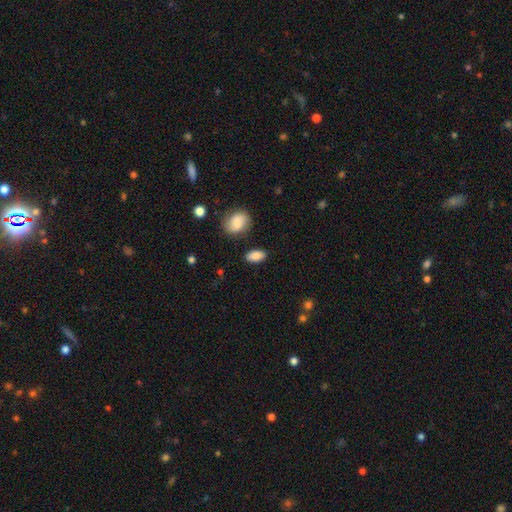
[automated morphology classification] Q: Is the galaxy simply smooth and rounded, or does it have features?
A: smooth — 86%.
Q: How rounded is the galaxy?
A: in between — 92%.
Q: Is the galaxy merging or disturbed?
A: none — 84%.